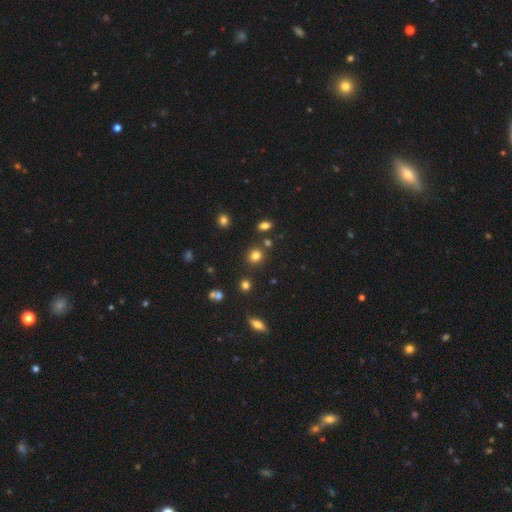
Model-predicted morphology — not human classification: Overall: smooth (79%). How rounded: round (82%). Merging: none (83%).